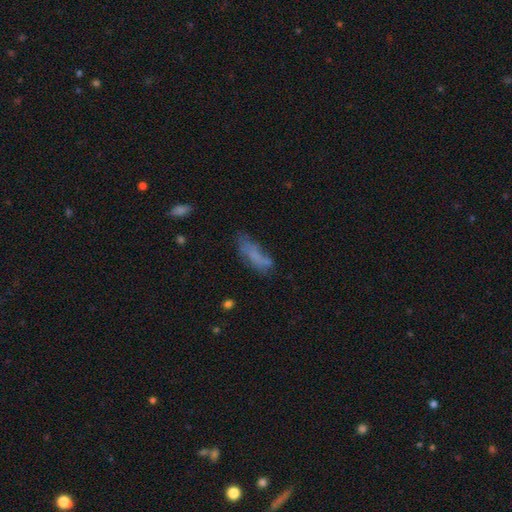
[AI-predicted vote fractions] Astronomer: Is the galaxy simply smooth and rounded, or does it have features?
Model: smooth — 64%.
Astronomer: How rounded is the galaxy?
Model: in between — 53% (runner-up: cigar-shaped, 44%).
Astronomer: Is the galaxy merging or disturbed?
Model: none — 44% (runner-up: minor disturbance, 29%).